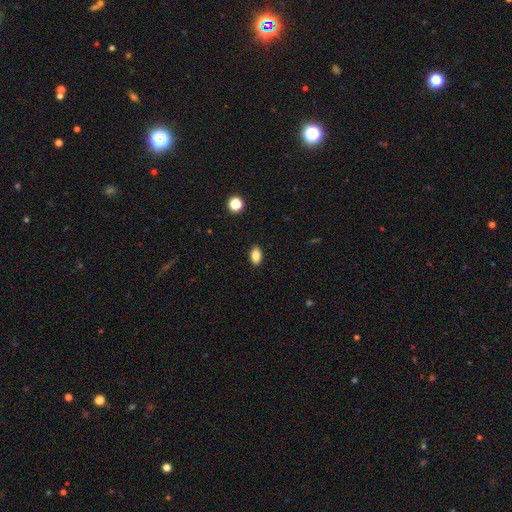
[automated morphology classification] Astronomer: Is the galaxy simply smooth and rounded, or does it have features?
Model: smooth — 86%.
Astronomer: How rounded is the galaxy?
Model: in between — 89%.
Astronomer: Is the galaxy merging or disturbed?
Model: none — 89%.